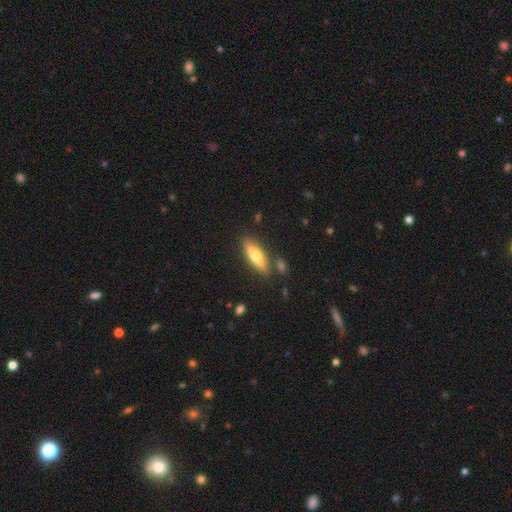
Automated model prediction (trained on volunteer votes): Overall: smooth (61%; featured or disk 33%). How rounded: cigar-shaped (57%; in between 41%). Merging: none (80%).